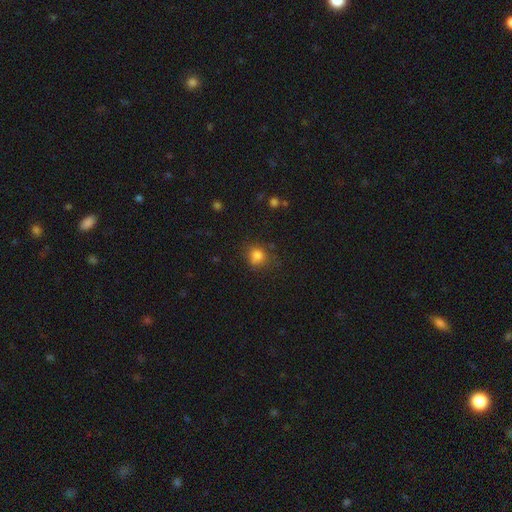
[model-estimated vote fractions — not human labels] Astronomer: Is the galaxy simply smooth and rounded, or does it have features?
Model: smooth — 81%.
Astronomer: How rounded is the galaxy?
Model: round — 74%.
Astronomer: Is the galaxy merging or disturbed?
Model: none — 66%.